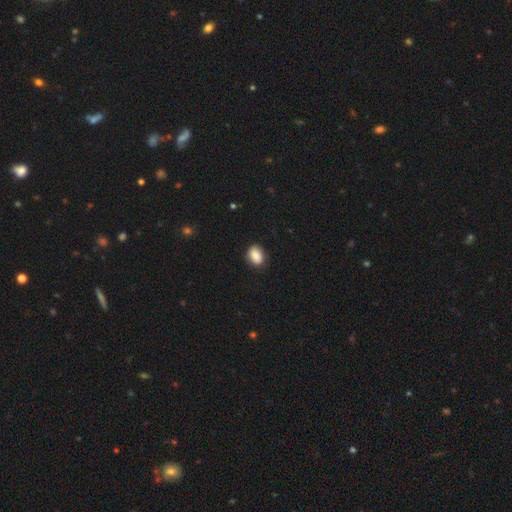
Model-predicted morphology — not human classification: The model was most divided on "how rounded": in between: 73%, round: 26%, cigar-shaped: 1%. More confident: smooth or featured — smooth (86%); merging — none (82%).